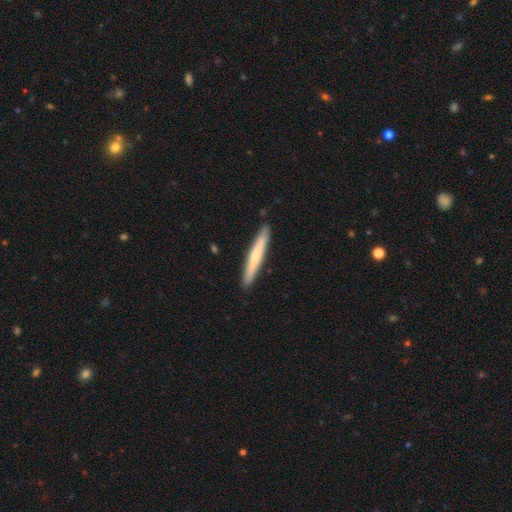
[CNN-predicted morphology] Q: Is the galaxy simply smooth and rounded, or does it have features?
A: smooth — 59%.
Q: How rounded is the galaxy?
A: cigar-shaped — 96%.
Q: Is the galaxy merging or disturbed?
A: none — 90%.